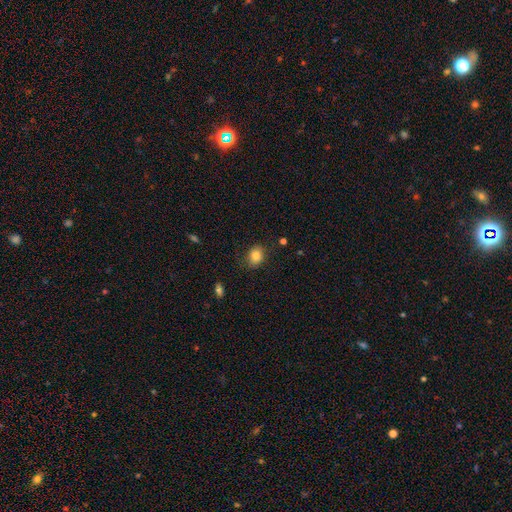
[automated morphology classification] Q: Smooth or featured?
A: smooth (83%); runner-up: star or artifact (10%)
Q: How rounded?
A: round (50%); runner-up: in between (49%)
Q: Merging?
A: none (81%); runner-up: minor disturbance (15%)